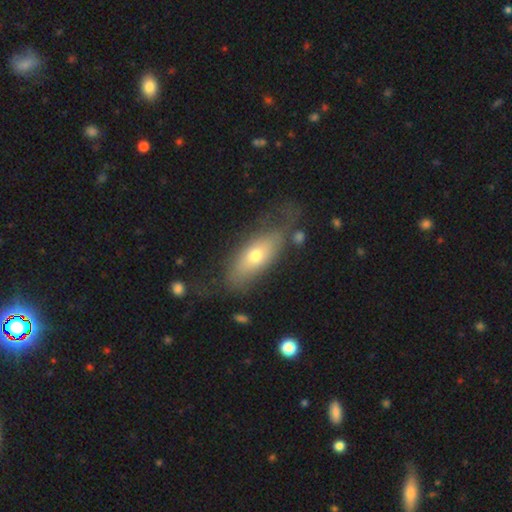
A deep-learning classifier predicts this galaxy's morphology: The model was most divided on "smooth or featured": smooth: 59%, featured or disk: 34%, star or artifact: 7%. More confident: how rounded — in between (70%); merging — none (57%).